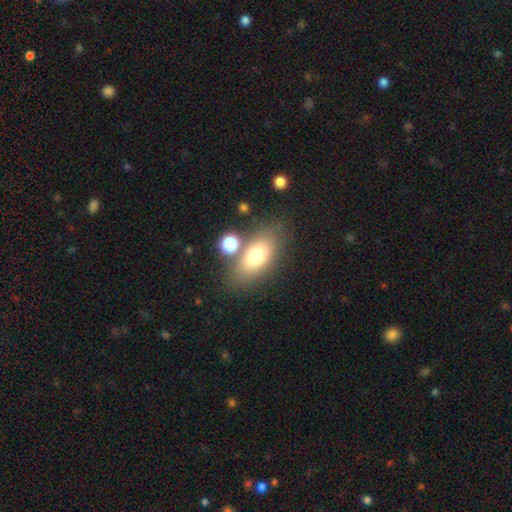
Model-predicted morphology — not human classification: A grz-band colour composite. It shows a smooth galaxy with no disk features (72%) that is in between round and cigar-shaped (84%). Merging: none (66%).